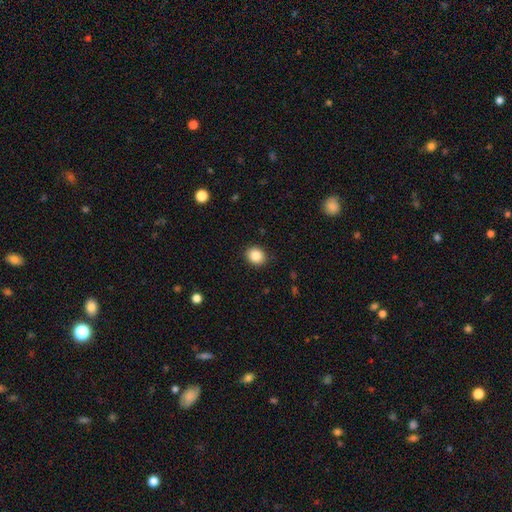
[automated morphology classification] smooth 86%, star or artifact 9%, featured or disk 5%. Down the decision tree: how rounded — round (74%); merging — none (90%).